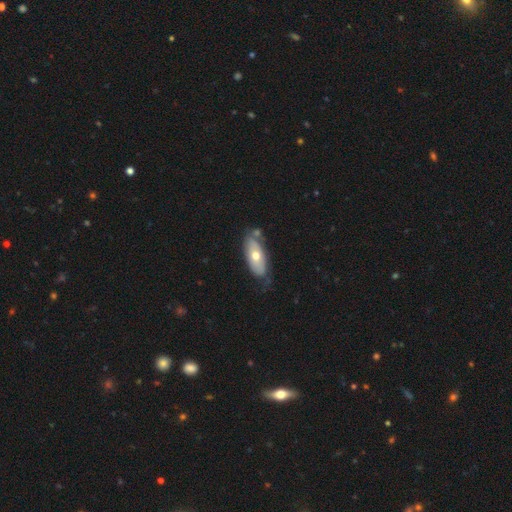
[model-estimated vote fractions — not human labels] Smooth or featured? smooth (54%)
How rounded? in between (83%)
Merging? none (60%)